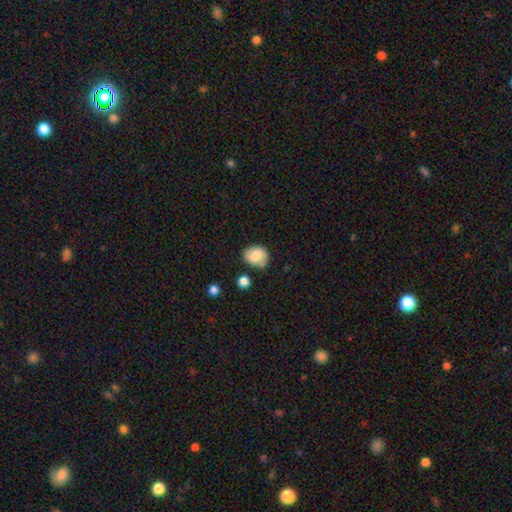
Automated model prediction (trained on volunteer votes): Morphology: type=smooth (72%); roundness=round (52%); merging=none (67%).